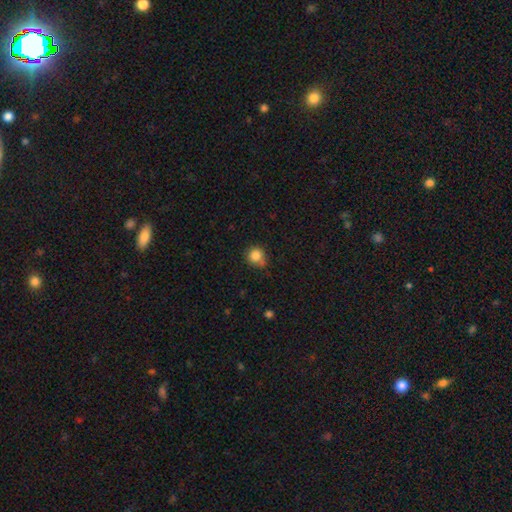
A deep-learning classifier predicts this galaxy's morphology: This is clearly a smooth galaxy (84%). How rounded: clearly round (89%). Merging: likely none (68%).